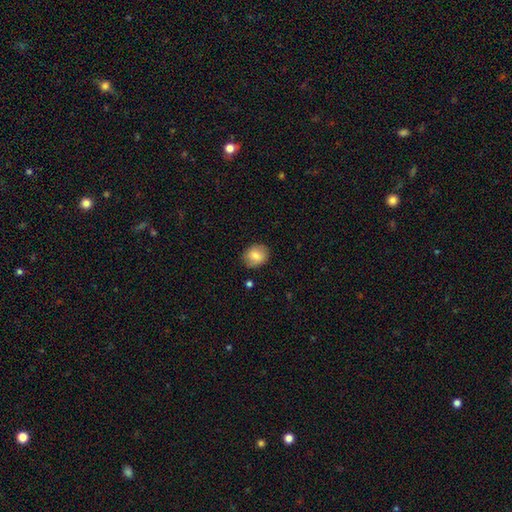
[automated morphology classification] Overall: smooth (79%). How rounded: round (56%; in between 43%). Merging: none (83%).